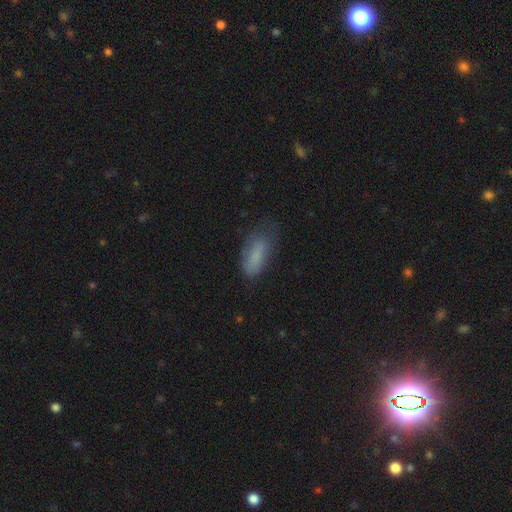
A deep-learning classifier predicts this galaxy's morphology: smooth 79%, featured or disk 12%, star or artifact 9%. Down the decision tree: how rounded — in between (71%); merging — none (54%).